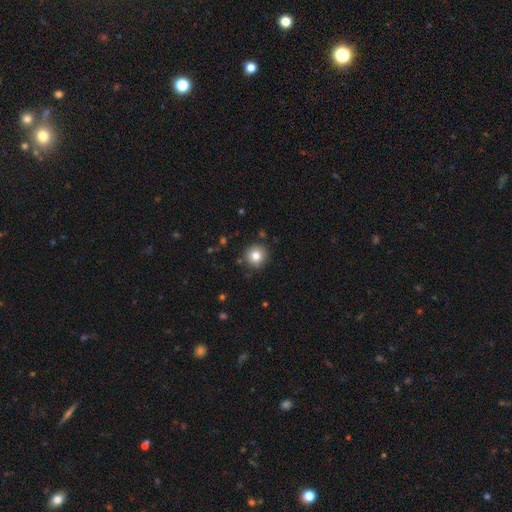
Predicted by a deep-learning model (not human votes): Smooth or featured: smooth — 80% (star or artifact — 11%)
How rounded: round — 94% (in between — 5%)
Merging: none — 89% (minor disturbance — 7%)